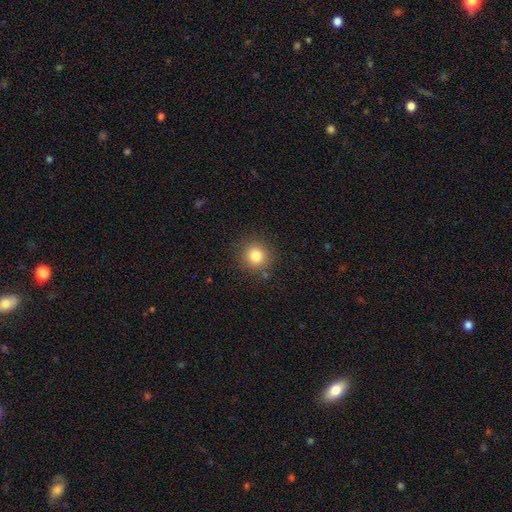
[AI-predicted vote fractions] This is clearly a smooth galaxy (82%). How rounded: clearly round (92%). Merging: clearly none (88%).